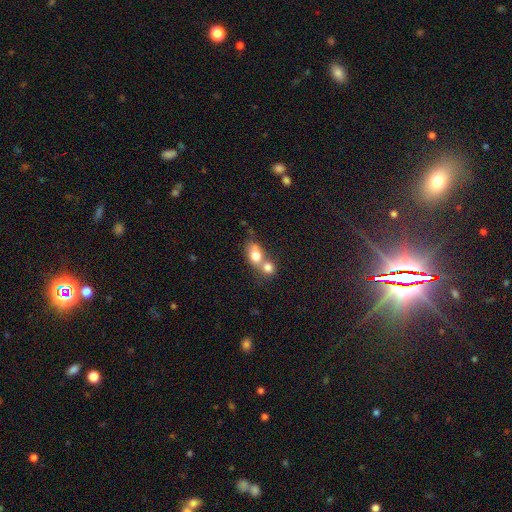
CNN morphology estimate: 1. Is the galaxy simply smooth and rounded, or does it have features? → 76% smooth, 16% featured or disk, 8% star or artifact.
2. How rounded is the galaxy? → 65% in between, 32% round, 3% cigar-shaped.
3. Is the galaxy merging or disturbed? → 67% merger, 22% none, 7% minor disturbance, 4% major disturbance.